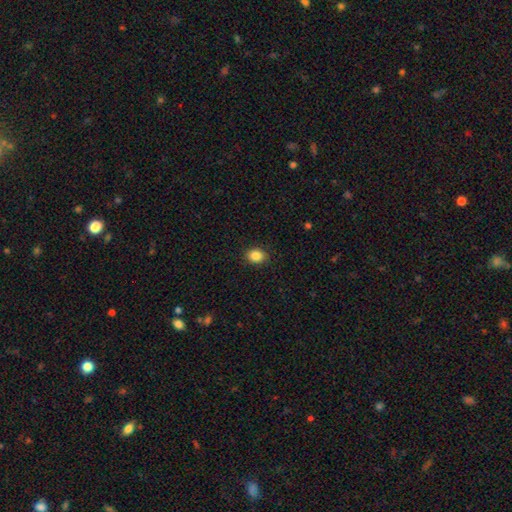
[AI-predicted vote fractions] A smooth galaxy with no disk features (86%) that is in between round and cigar-shaped (52%). Merging: none (89%).